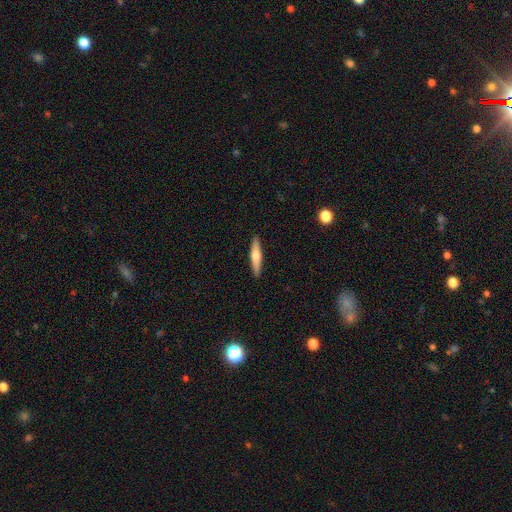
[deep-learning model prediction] smooth 54%, featured or disk 40%, star or artifact 6%. Down the decision tree: how rounded — cigar-shaped (85%); merging — none (91%).